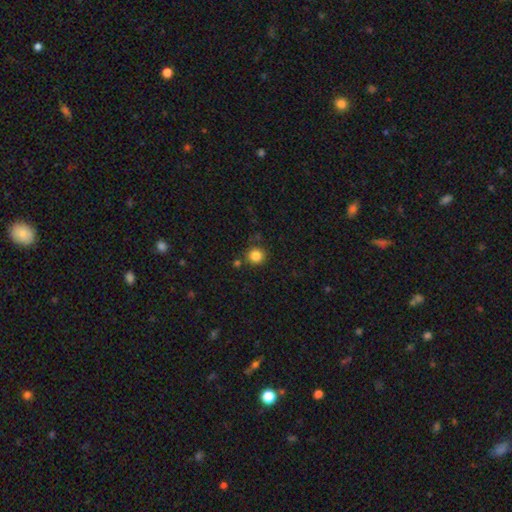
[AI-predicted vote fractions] A smooth galaxy with no disk features (84%) that is round (93%). Merging: none (84%).